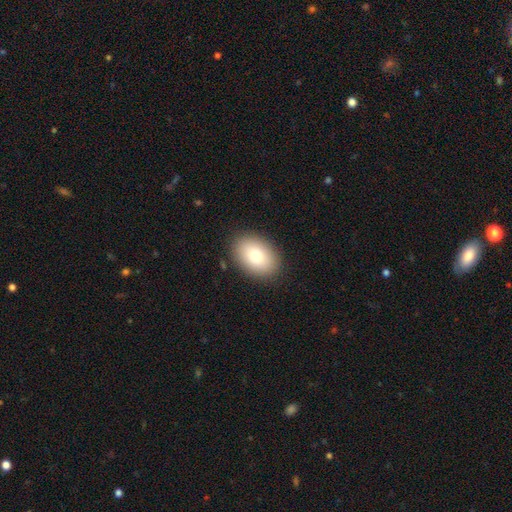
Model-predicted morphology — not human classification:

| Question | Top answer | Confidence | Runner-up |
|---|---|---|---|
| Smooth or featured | smooth | 80% | featured or disk (12%) |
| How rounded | in between | 85% | round (14%) |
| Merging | none | 89% | minor disturbance (8%) |